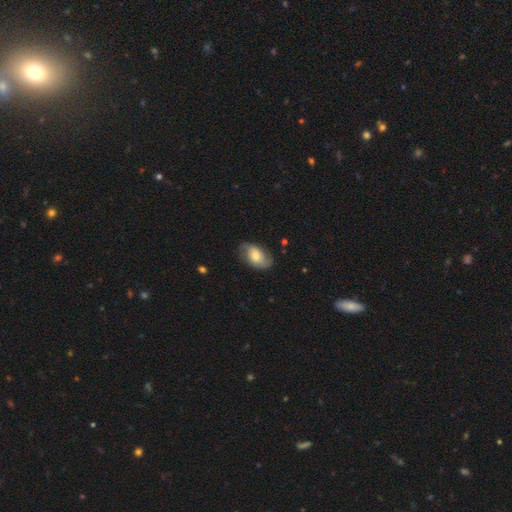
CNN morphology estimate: This is possibly a featured or disk galaxy (51%). It is clearly not viewed edge-on (95%). Merging: likely none (71%).